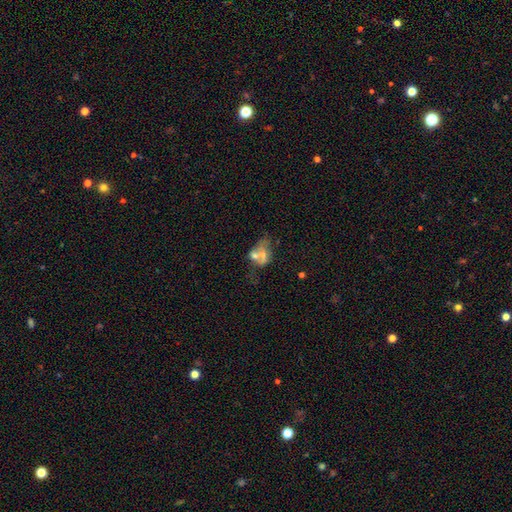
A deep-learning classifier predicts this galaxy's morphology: type=smooth (44%); merging=merger (51%).